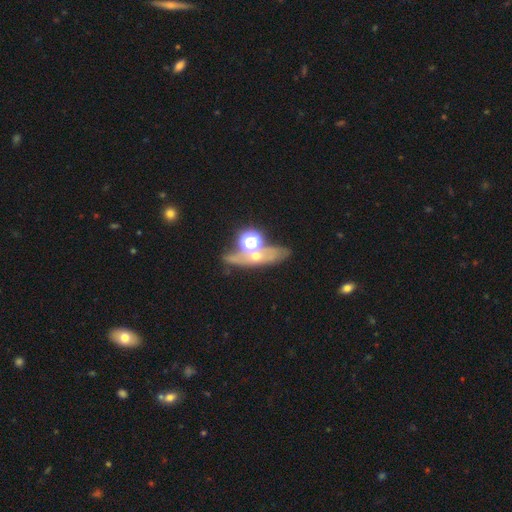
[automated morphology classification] Smooth or featured?
  - featured or disk: 36% *
  - star or artifact: 33%
  - smooth: 31%
Merging?
  - none: 58% *
  - merger: 18%
  - minor disturbance: 14%
  - major disturbance: 10%